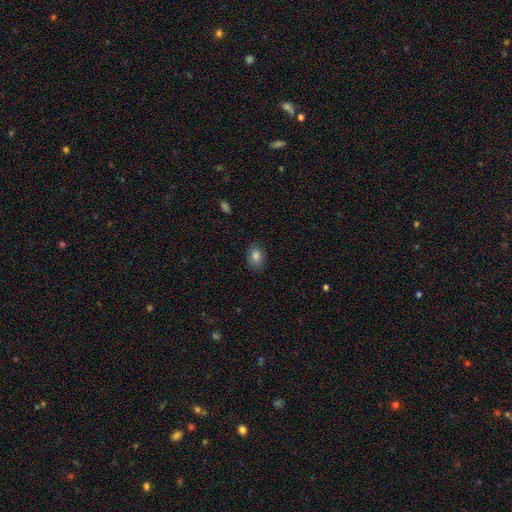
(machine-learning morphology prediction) type=smooth (83%); roundness=in between (74%); merging=none (80%).